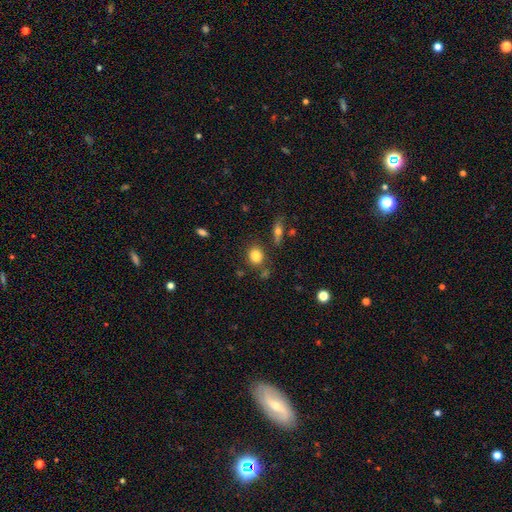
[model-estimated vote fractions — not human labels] Smooth or featured? Predicted: smooth (p=0.83). How rounded? Predicted: round (p=0.70). Merging? Predicted: none (p=0.77).